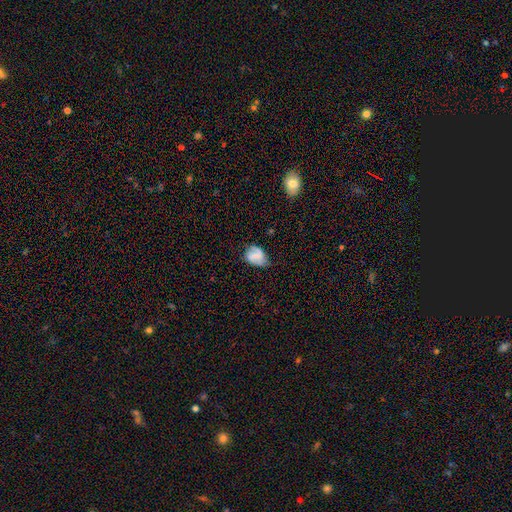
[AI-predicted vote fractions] A smooth galaxy with no disk features (46%).

Vote fractions:
- Smooth or featured? smooth: 46% / featured or disk: 43% / star or artifact: 11%
- Merging? none: 57% / minor disturbance: 30% / major disturbance: 10% / merger: 2%